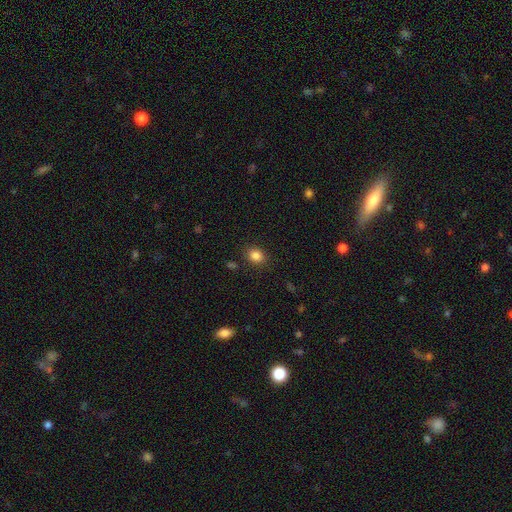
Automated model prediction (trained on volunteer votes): Q: Smooth or featured?
A: smooth (85%); runner-up: star or artifact (11%)
Q: How rounded?
A: round (56%); runner-up: in between (43%)
Q: Merging?
A: none (87%); runner-up: minor disturbance (9%)